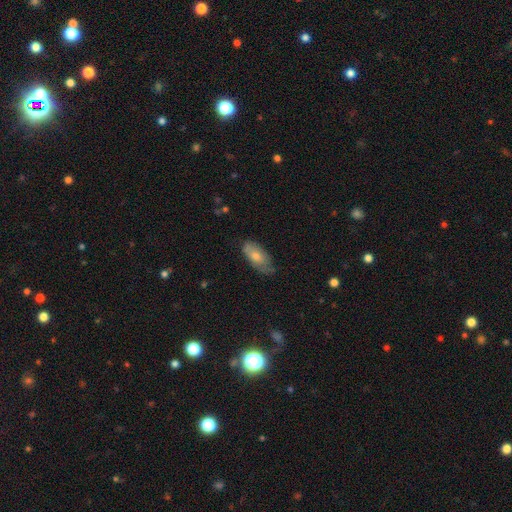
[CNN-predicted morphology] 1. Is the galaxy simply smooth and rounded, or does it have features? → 68% smooth, 25% featured or disk, 6% star or artifact.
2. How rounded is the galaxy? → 87% in between, 10% cigar-shaped, 3% round.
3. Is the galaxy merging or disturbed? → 60% none, 31% minor disturbance, 7% major disturbance, 2% merger.